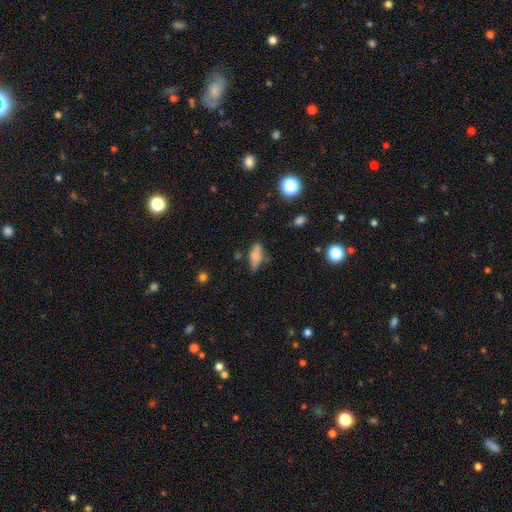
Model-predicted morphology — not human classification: Q: Smooth or featured?
A: smooth (77%); runner-up: featured or disk (14%)
Q: How rounded?
A: in between (65%); runner-up: cigar-shaped (32%)
Q: Merging?
A: none (67%); runner-up: minor disturbance (23%)